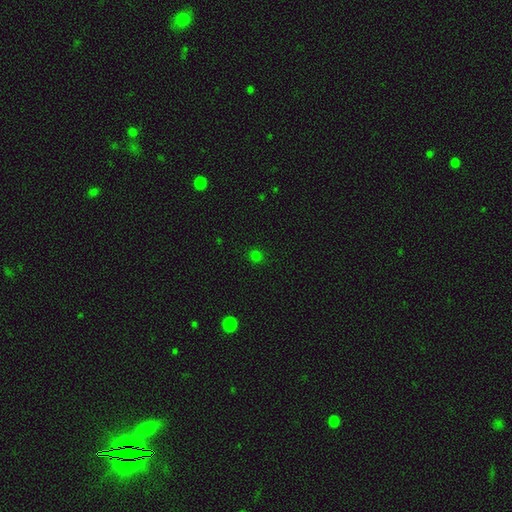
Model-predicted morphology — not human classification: Smooth or featured?
  - smooth: 74% *
  - star or artifact: 22%
  - featured or disk: 4%
How rounded?
  - round: 91% *
  - in between: 8%
  - cigar-shaped: 1%
Merging?
  - none: 90% *
  - minor disturbance: 7%
  - major disturbance: 2%
  - merger: 1%